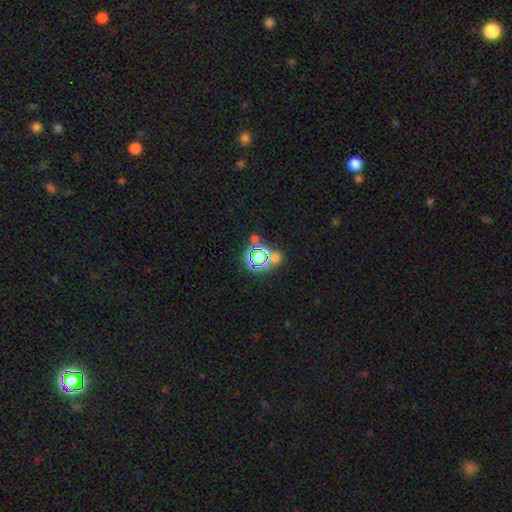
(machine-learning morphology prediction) Q: Smooth or featured?
A: star or artifact (71%); runner-up: smooth (20%)